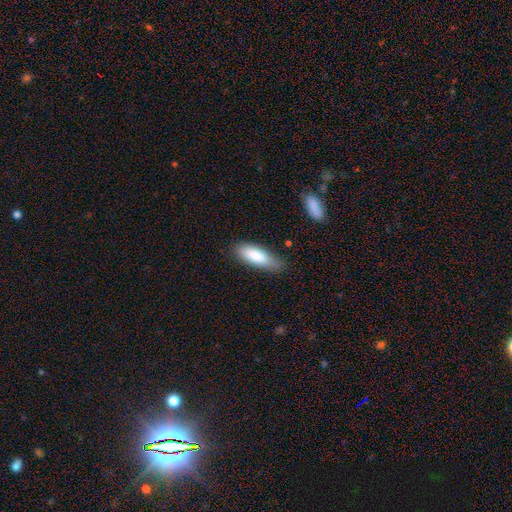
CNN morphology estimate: The model was most divided on "how rounded": in between: 68%, cigar-shaped: 30%, round: 2%. More confident: smooth or featured — smooth (85%); merging — none (67%).